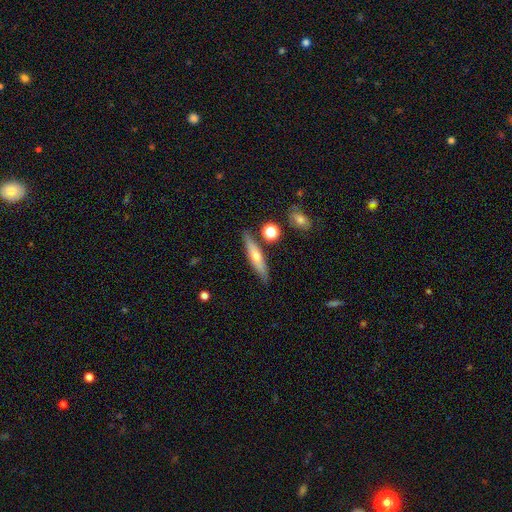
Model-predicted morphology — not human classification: A smooth galaxy with no disk features (48%). Merging: none (84%).